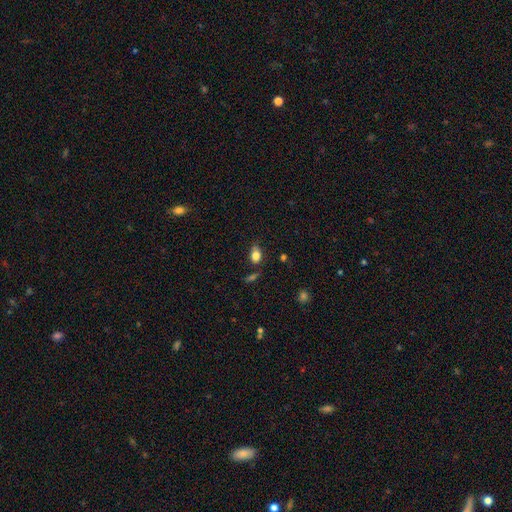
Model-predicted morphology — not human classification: Smooth or featured: smooth — 80% (featured or disk — 10%)
How rounded: in between — 80% (round — 18%)
Merging: none — 71% (minor disturbance — 19%)